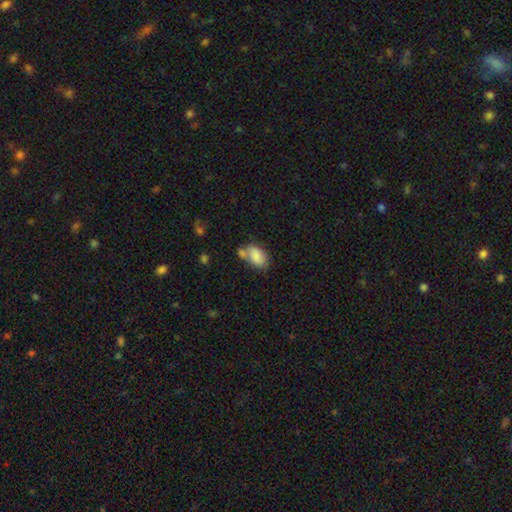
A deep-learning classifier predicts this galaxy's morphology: Smooth or featured? smooth (83%)
How rounded? in between (90%)
Merging? none (42%)